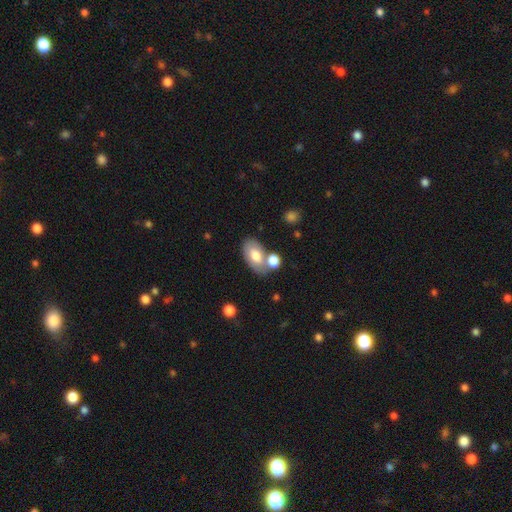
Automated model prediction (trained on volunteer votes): Smooth or featured? Predicted: smooth (p=0.70). How rounded? Predicted: in between (p=0.93). Merging? Predicted: none (p=0.53).